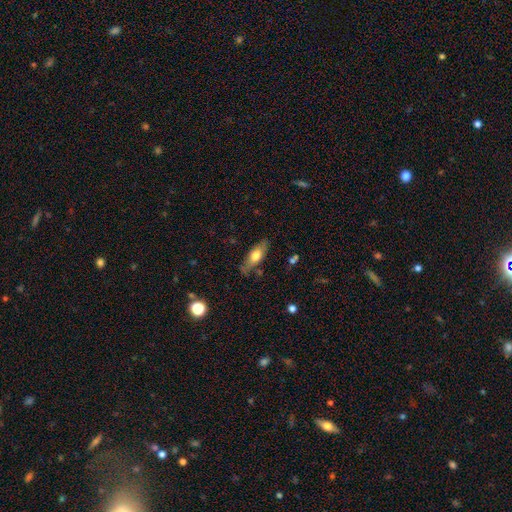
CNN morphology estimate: Smooth or featured? smooth (61%)
How rounded? in between (66%)
Merging? none (76%)